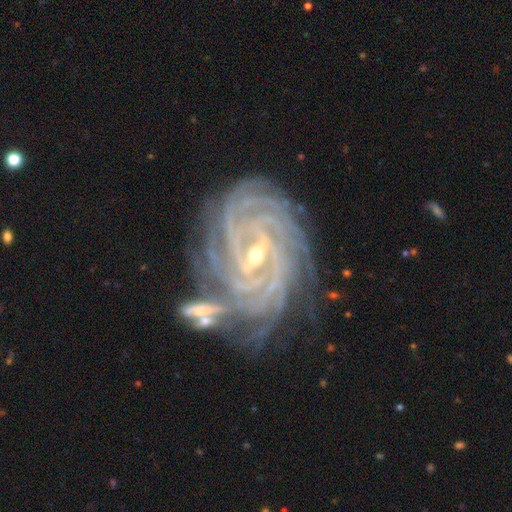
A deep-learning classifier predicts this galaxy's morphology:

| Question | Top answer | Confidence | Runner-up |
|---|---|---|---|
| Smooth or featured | featured or disk | 93% | star or artifact (4%) |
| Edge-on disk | no | 97% | yes (3%) |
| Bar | strong | 43% | weak (42%) |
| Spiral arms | yes | 99% | no (1%) |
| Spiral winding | tight | 82% | medium (15%) |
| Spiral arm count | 4 | 32% | more than 4 (25%) |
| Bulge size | small | 63% | moderate (34%) |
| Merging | none | 62% | minor disturbance (18%) |